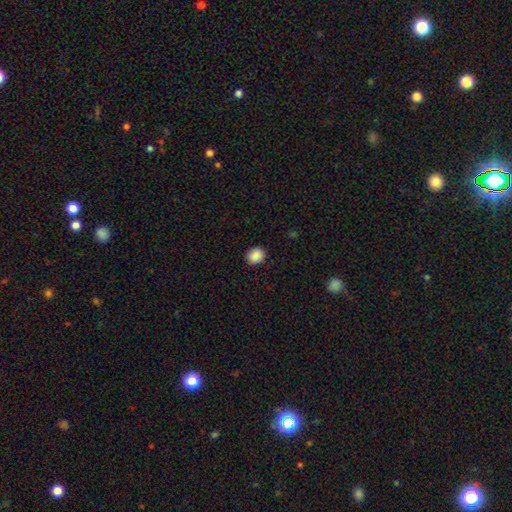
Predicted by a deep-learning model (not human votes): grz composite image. It shows a smooth galaxy with no disk features (89%) that is round (72%). Merging: none (90%).